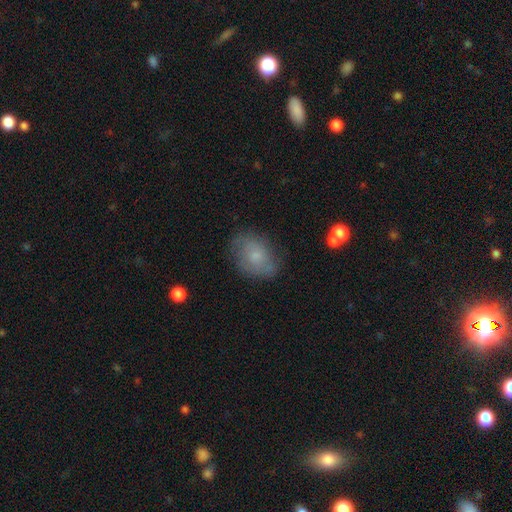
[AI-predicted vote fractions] Smooth or featured? Predicted: smooth (p=0.60). How rounded? Predicted: in between (p=0.70). Merging? Predicted: none (p=0.69).